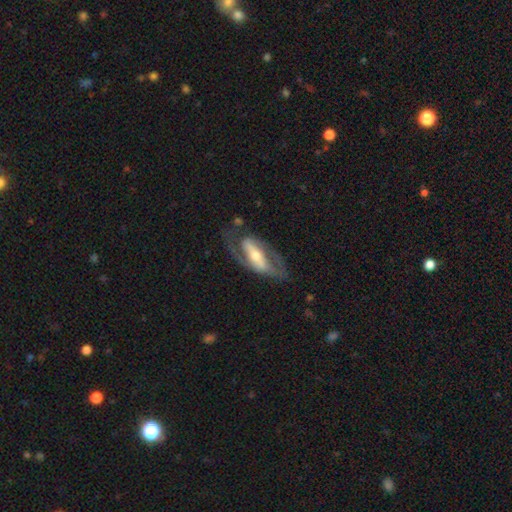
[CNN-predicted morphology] Overall: featured or disk (80%). Edge-on disk: no (88%). Bar: strong (62%). Spiral arms: yes (80%). Spiral arm count: 2 (81%). Spiral winding: medium (47%; tight 30%). Bulge size: moderate (56%; small 29%). Merging: none (64%).